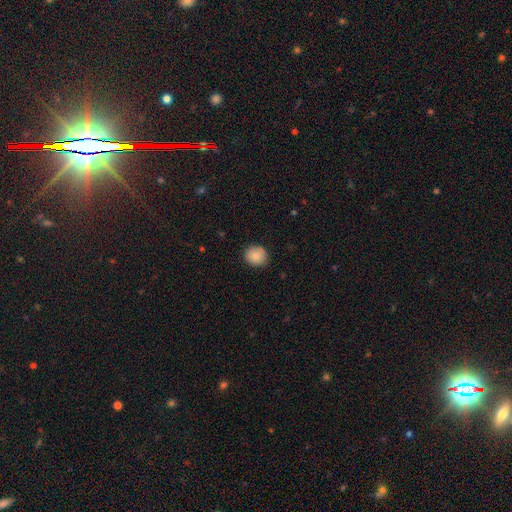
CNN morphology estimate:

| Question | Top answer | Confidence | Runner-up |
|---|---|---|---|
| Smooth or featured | smooth | 87% | star or artifact (8%) |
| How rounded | round | 82% | in between (17%) |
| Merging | none | 88% | minor disturbance (9%) |